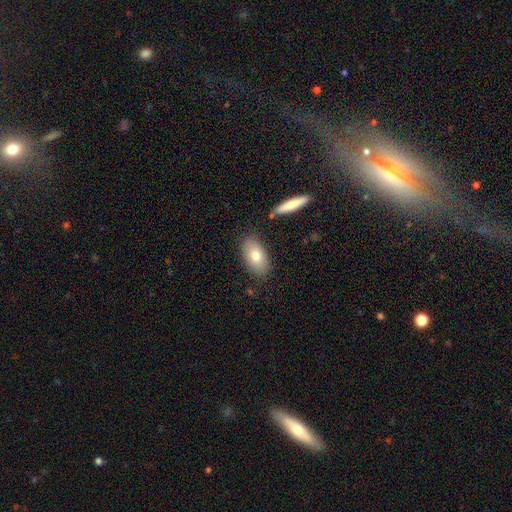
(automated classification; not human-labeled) smooth 76%, featured or disk 17%, star or artifact 7%. Down the decision tree: how rounded — in between (92%); merging — none (82%).